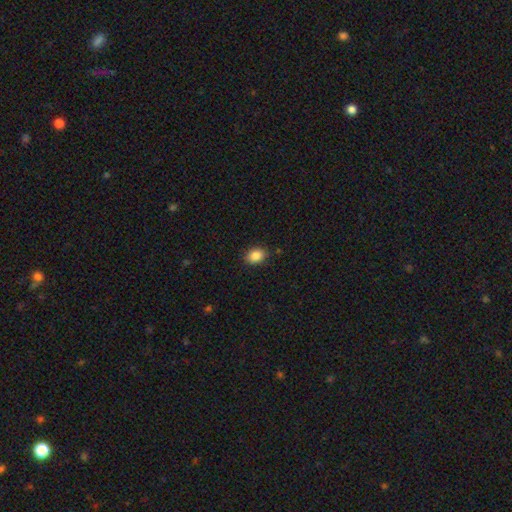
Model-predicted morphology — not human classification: smooth-or-featured: smooth: 87% | star or artifact: 9% | featured or disk: 4%
  how-rounded: in between: 65% | round: 34% | cigar-shaped: 1%
  merging: none: 87% | minor disturbance: 10% | major disturbance: 2% | merger: 1%